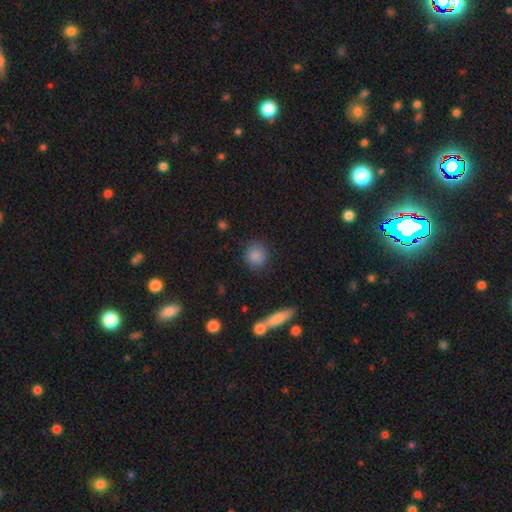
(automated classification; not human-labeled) Overall: smooth (85%). How rounded: round (83%). Merging: none (83%).